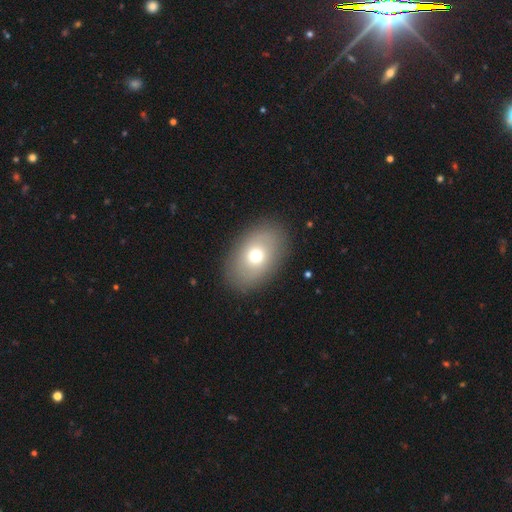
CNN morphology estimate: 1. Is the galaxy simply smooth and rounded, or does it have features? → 68% smooth, 23% featured or disk, 9% star or artifact.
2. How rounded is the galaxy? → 83% in between, 16% round, 1% cigar-shaped.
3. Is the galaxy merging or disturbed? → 87% none, 8% minor disturbance, 3% major disturbance, 1% merger.